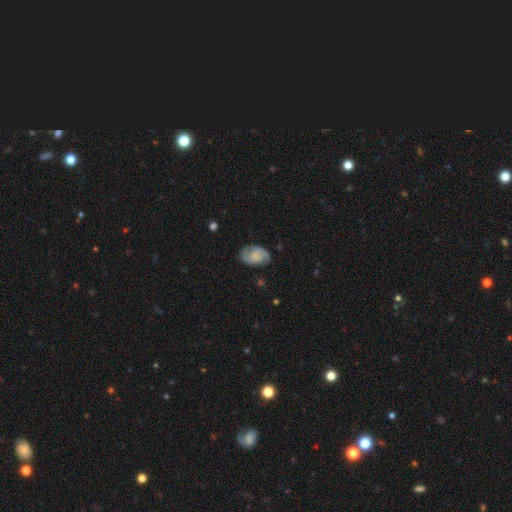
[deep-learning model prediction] Smooth or featured?
  - featured or disk: 56% *
  - smooth: 36%
  - star or artifact: 8%
Edge-on disk?
  - no: 97% *
  - yes: 3%
Bar?
  - no: 61% *
  - weak: 32%
  - strong: 7%
Spiral arms?
  - yes: 89% *
  - no: 11%
Bulge size?
  - none: 49% *
  - small: 25%
  - moderate: 16%
  - large: 8%
  - dominant: 2%
Merging?
  - none: 73% *
  - minor disturbance: 19%
  - major disturbance: 6%
  - merger: 1%